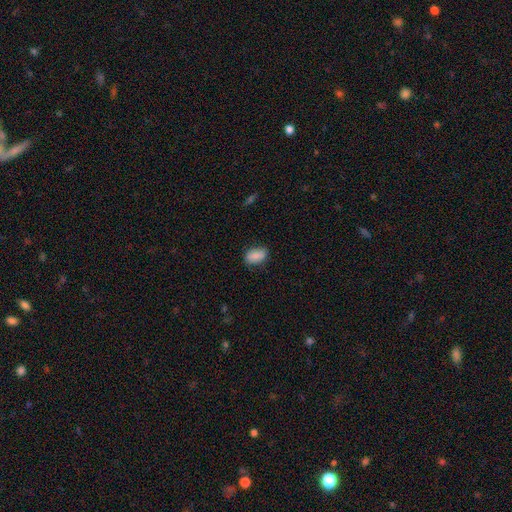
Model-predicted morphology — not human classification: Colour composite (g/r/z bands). It shows a smooth galaxy with no disk features (86%) that is in between round and cigar-shaped (89%). Merging: none (78%).